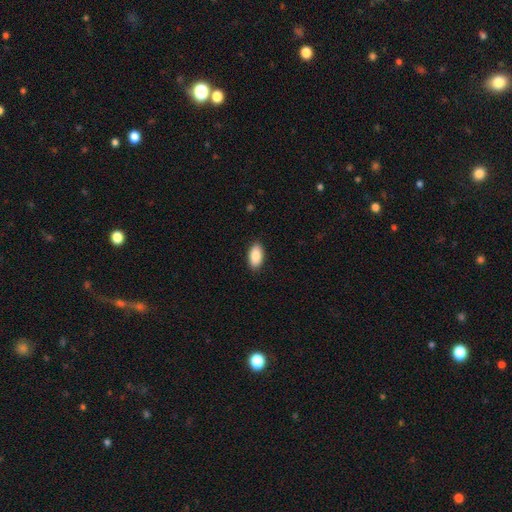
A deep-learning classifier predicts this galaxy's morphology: Smooth or featured: smooth — 88% (star or artifact — 6%)
How rounded: in between — 94% (round — 3%)
Merging: none — 89% (minor disturbance — 8%)